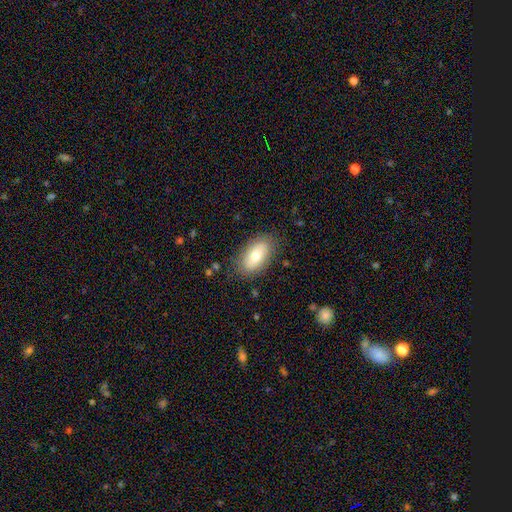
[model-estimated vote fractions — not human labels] Smooth or featured?
  - smooth: 73% *
  - featured or disk: 20%
  - star or artifact: 7%
How rounded?
  - in between: 92% *
  - round: 4%
  - cigar-shaped: 3%
Merging?
  - none: 82% *
  - minor disturbance: 13%
  - major disturbance: 4%
  - merger: 1%